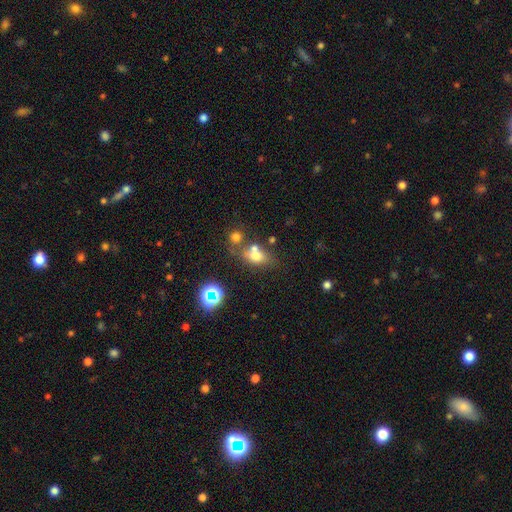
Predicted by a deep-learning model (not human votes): Smooth or featured: smooth — 66% (featured or disk — 18%)
How rounded: in between — 63% (round — 34%)
Merging: none — 46% (merger — 34%)